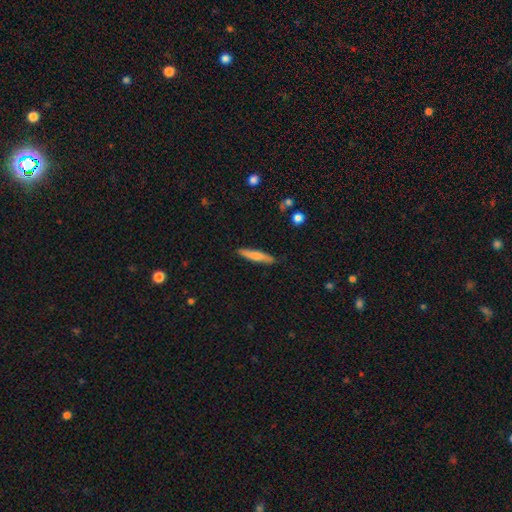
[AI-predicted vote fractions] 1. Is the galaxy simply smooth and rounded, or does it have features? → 70% smooth, 25% featured or disk, 6% star or artifact.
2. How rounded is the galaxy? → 88% cigar-shaped, 11% in between, 2% round.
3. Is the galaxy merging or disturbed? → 86% none, 10% minor disturbance, 2% major disturbance, 1% merger.